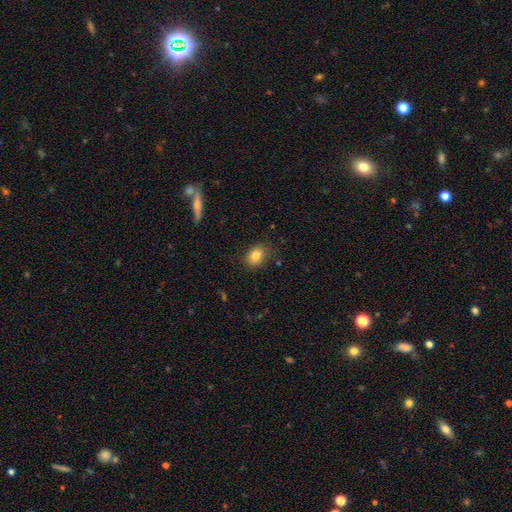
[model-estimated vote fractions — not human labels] Smooth or featured?
  - smooth: 83% *
  - star or artifact: 9%
  - featured or disk: 7%
How rounded?
  - in between: 67% *
  - round: 32%
  - cigar-shaped: 1%
Merging?
  - none: 81% *
  - minor disturbance: 14%
  - major disturbance: 3%
  - merger: 2%